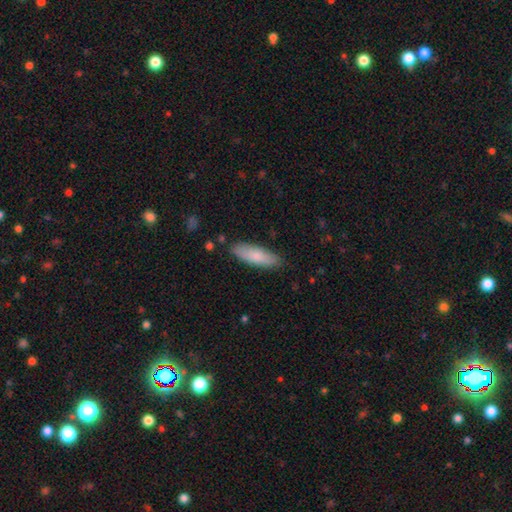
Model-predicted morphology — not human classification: This appears to be a smooth galaxy with no disk features (79%) that is cigar-shaped (52%). Merging: none (85%).